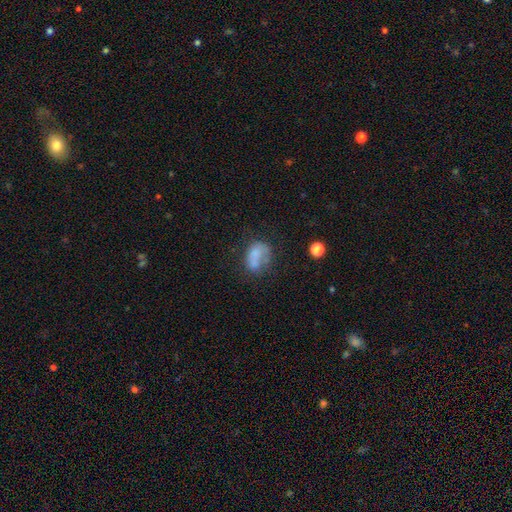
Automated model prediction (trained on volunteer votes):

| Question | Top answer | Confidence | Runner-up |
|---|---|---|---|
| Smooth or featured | smooth | 64% | featured or disk (24%) |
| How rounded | in between | 78% | round (20%) |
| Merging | none | 33% | major disturbance (26%) |